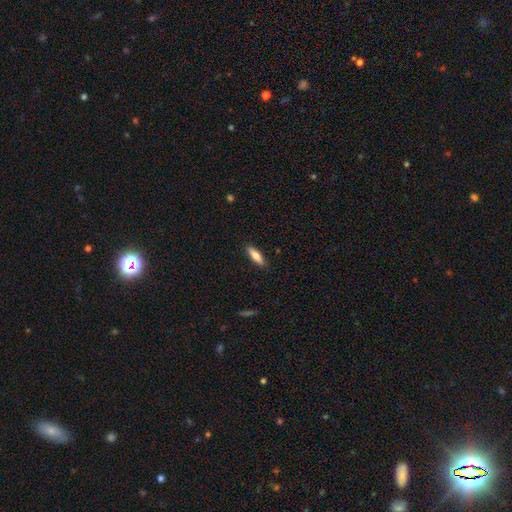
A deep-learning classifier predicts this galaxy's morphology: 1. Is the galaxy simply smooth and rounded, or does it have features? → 78% smooth, 16% featured or disk, 6% star or artifact.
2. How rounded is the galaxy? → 61% cigar-shaped, 37% in between, 2% round.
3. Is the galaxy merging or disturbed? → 88% none, 9% minor disturbance, 2% major disturbance, 1% merger.